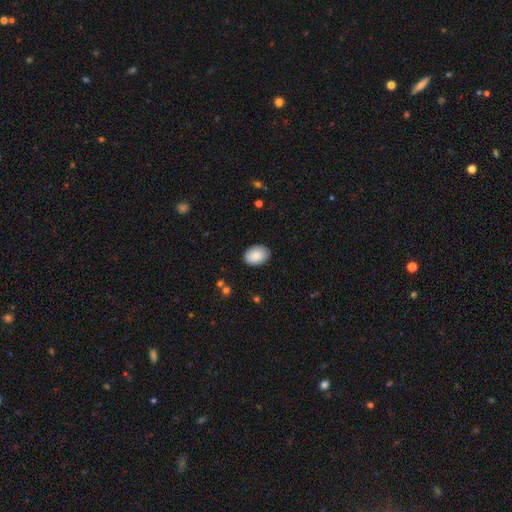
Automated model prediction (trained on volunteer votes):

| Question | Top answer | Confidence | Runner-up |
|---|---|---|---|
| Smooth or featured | smooth | 88% | star or artifact (6%) |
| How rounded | in between | 85% | round (14%) |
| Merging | none | 87% | minor disturbance (10%) |